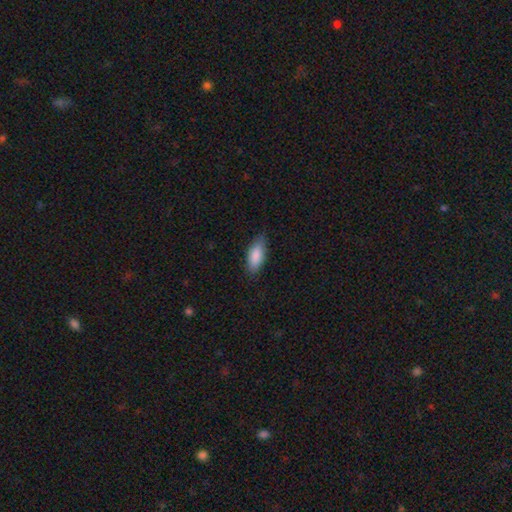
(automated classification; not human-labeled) The model was most divided on "merging": none: 74%, minor disturbance: 22%, major disturbance: 3%, merger: 1%. More confident: smooth or featured — smooth (86%); how rounded — in between (79%).